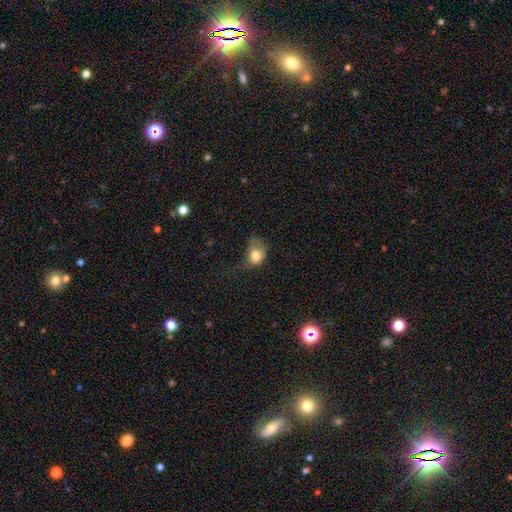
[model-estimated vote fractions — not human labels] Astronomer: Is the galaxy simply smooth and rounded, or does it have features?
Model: smooth — 75%.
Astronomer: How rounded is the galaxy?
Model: in between — 56% (runner-up: round, 42%).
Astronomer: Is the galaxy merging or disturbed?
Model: major disturbance — 46% (runner-up: minor disturbance, 32%).